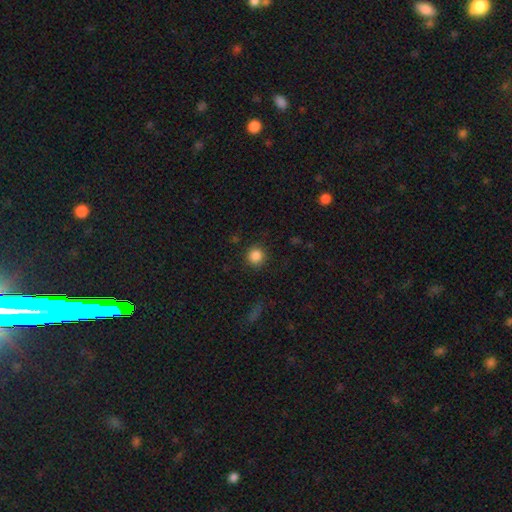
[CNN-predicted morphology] This is clearly a smooth galaxy (86%). How rounded: clearly round (93%). Merging: clearly none (89%).